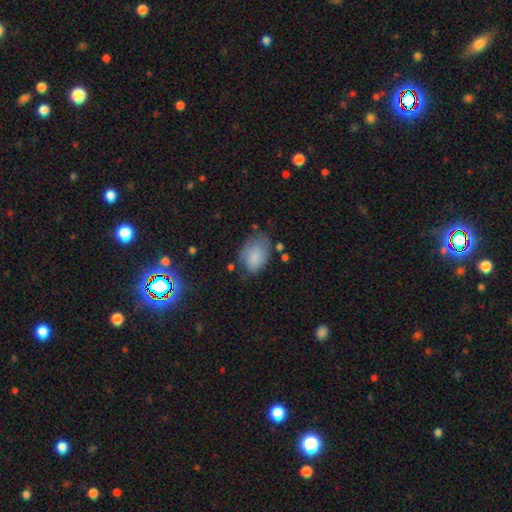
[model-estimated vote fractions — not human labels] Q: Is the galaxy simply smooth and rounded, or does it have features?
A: smooth — 79%.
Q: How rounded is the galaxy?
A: in between — 85%.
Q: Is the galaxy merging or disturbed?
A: none — 53%.